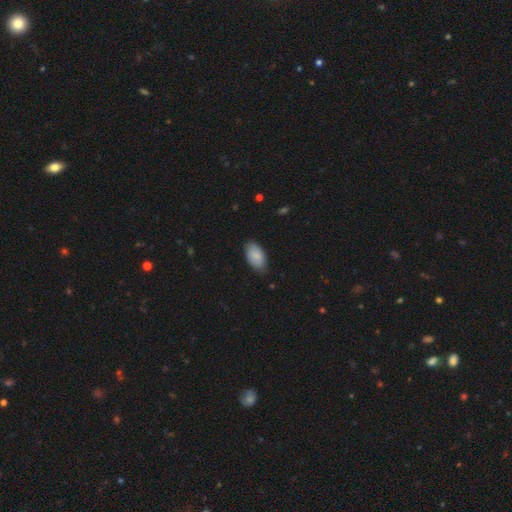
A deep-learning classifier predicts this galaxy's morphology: smooth-or-featured: smooth: 85% | featured or disk: 9% | star or artifact: 6%
  how-rounded: in between: 95% | round: 3% | cigar-shaped: 2%
  merging: none: 77% | minor disturbance: 19% | major disturbance: 3% | merger: 1%